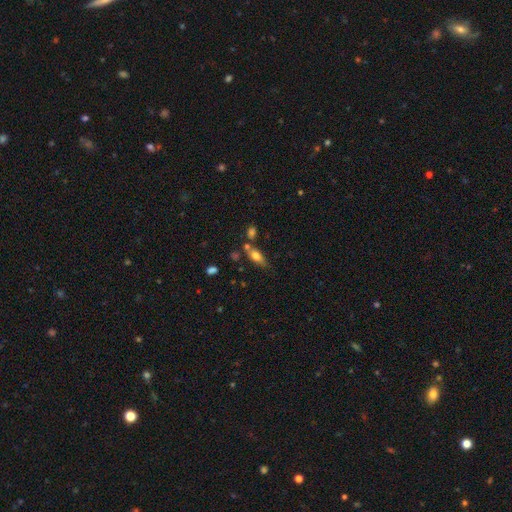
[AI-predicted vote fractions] This appears to be a smooth galaxy with no disk features (70%) that is in between round and cigar-shaped (73%). Merging: none (60%).